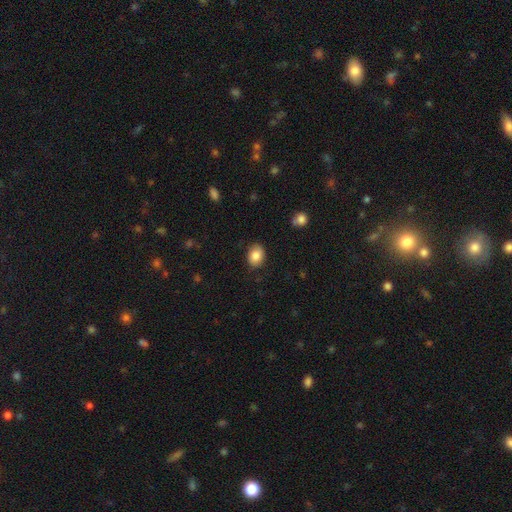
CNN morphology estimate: A smooth galaxy with no disk features (85%) that is in between round and cigar-shaped (63%). Merging: none (84%).